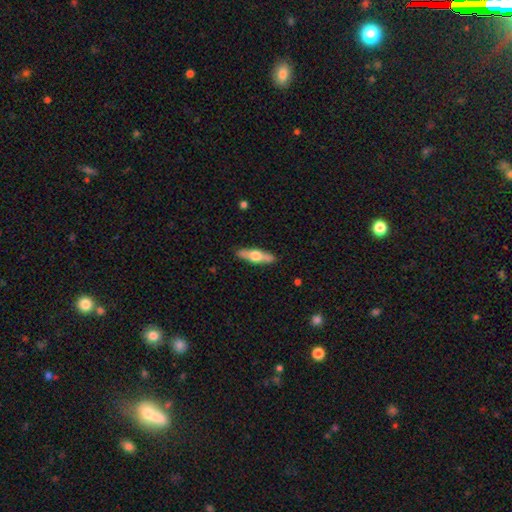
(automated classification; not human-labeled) Morphology: type=featured or disk (48%); merging=none (89%).